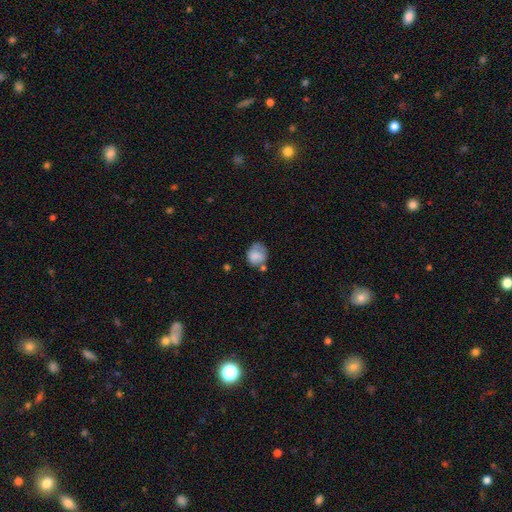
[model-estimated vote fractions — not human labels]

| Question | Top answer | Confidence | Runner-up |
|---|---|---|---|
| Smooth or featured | smooth | 77% | featured or disk (15%) |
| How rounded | round | 65% | in between (34%) |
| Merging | none | 48% | minor disturbance (28%) |